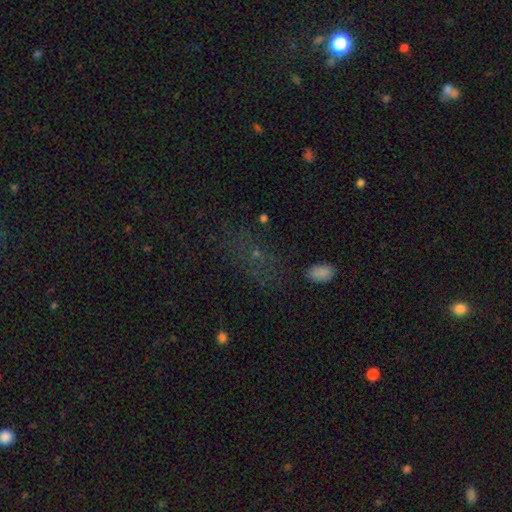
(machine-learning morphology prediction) Smooth or featured?
  - star or artifact: 47% *
  - smooth: 35%
  - featured or disk: 17%